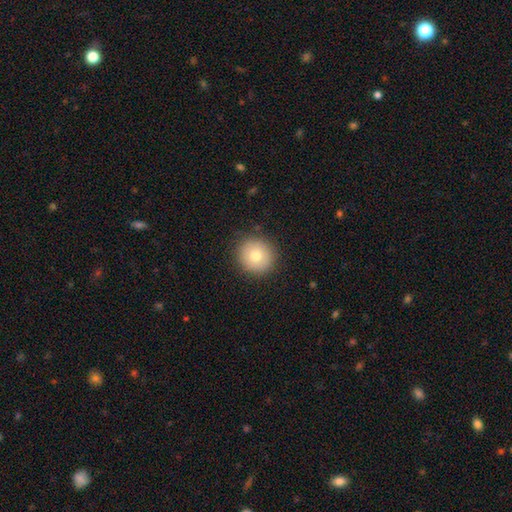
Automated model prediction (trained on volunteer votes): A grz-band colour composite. It shows a smooth galaxy with no disk features (75%) that is round (93%). Merging: none (89%).